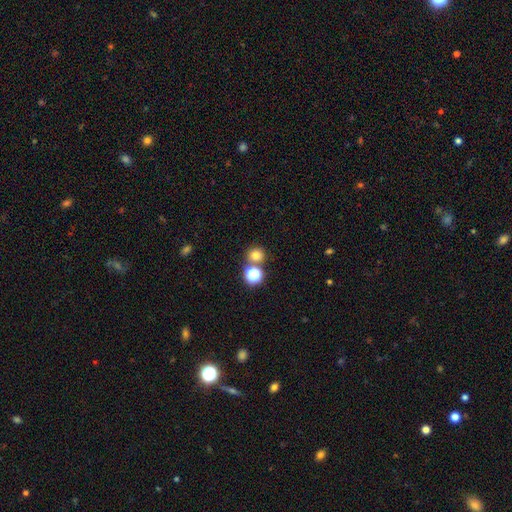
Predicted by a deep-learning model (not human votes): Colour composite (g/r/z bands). It shows a smooth galaxy with no disk features (74%) that is round (87%). Merging: none (69%).